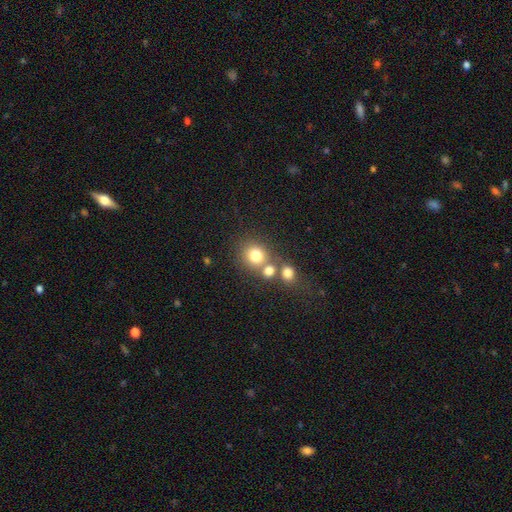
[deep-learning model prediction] A smooth galaxy with no disk features (77%) that is round (83%).

Vote fractions:
- Smooth or featured? smooth: 77% / star or artifact: 13% / featured or disk: 10%
- How rounded? round: 83% / in between: 16% / cigar-shaped: 1%
- Merging? none: 56% / merger: 31% / minor disturbance: 9% / major disturbance: 4%